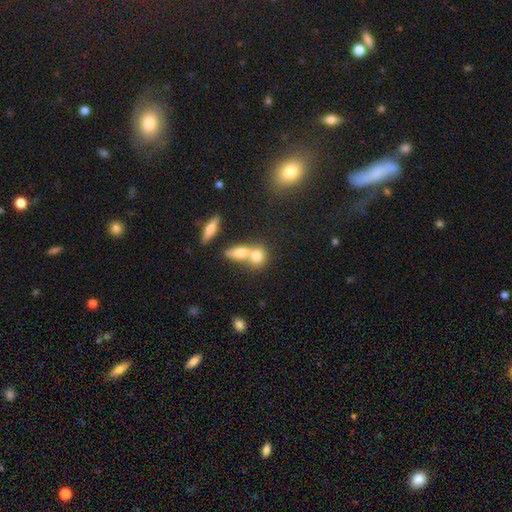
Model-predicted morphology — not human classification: Smooth or featured? Predicted: smooth (p=0.75). How rounded? Predicted: round (p=0.54). Merging? Predicted: merger (p=0.60).